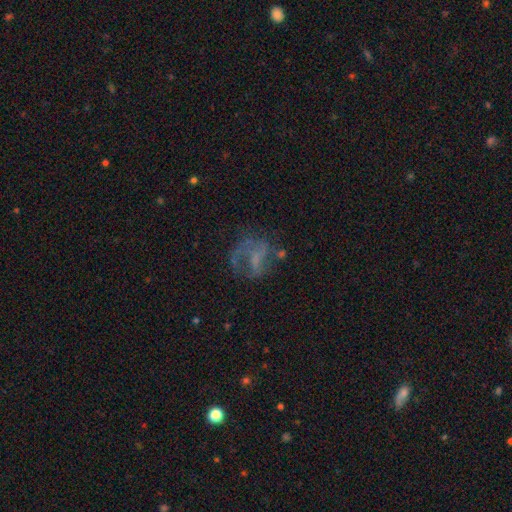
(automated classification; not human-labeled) Smooth or featured? featured or disk (62%)
Edge-on disk? no (98%)
Bar? no (51%)
Spiral arms? yes (61%)
Bulge size? none (58%)
Merging? none (45%)